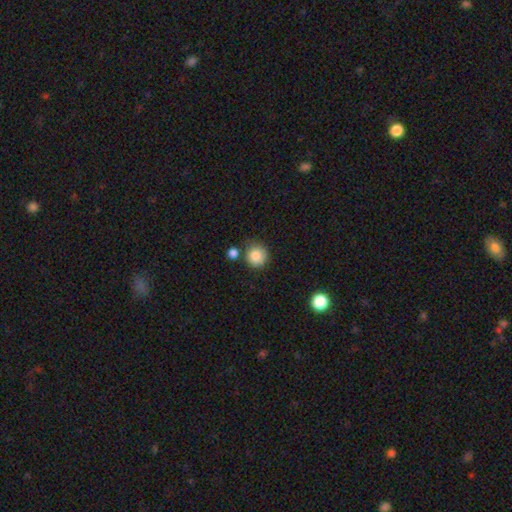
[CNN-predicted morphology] The model was most divided on "merging": none: 69%, minor disturbance: 15%, merger: 11%, major disturbance: 4%. More confident: how rounded — round (91%); smooth or featured — smooth (86%).